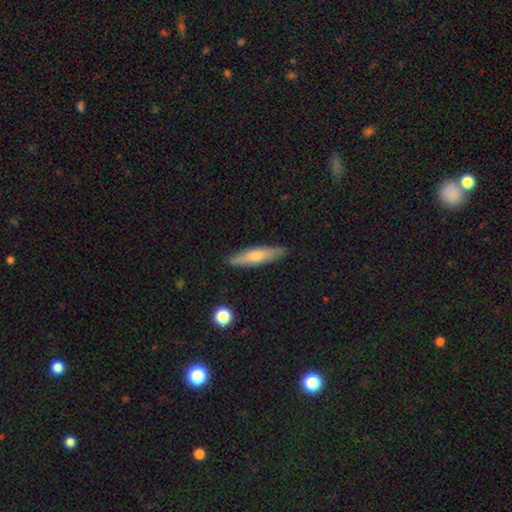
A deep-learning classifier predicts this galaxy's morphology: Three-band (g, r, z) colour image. It shows a smooth galaxy with no disk features (63%) that is cigar-shaped (80%). Merging: none (88%).